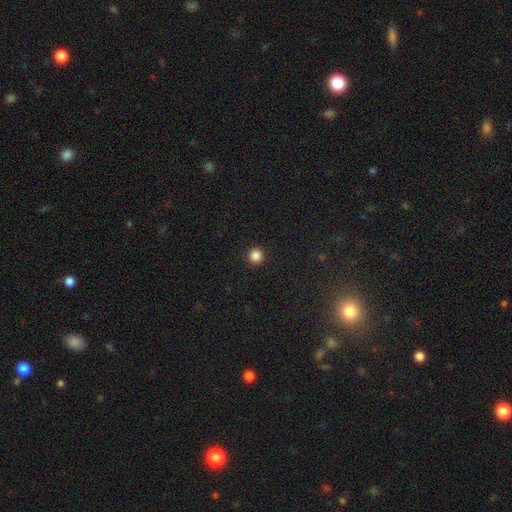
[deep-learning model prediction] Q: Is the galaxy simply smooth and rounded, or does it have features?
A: smooth — 86%.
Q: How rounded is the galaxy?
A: round — 95%.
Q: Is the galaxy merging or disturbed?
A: none — 93%.